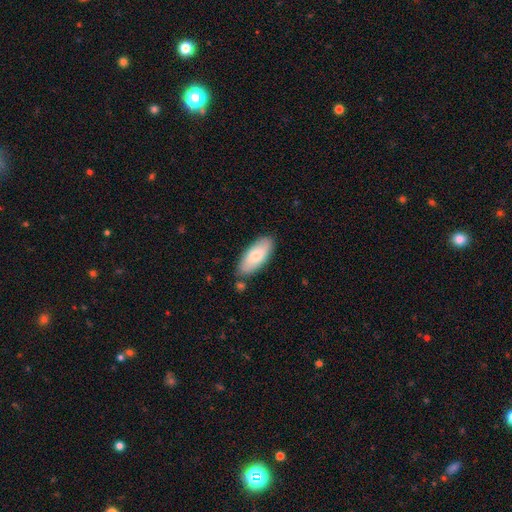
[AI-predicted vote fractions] smooth-or-featured: smooth: 76% | featured or disk: 19% | star or artifact: 6%
  how-rounded: in between: 83% | cigar-shaped: 15% | round: 2%
  merging: none: 79% | minor disturbance: 14% | merger: 4% | major disturbance: 3%